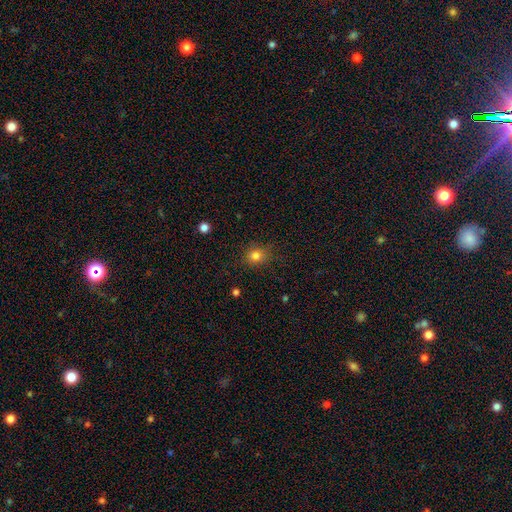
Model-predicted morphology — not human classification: Q: Smooth or featured?
A: smooth (81%); runner-up: star or artifact (14%)
Q: How rounded?
A: round (78%); runner-up: in between (21%)
Q: Merging?
A: none (84%); runner-up: minor disturbance (12%)